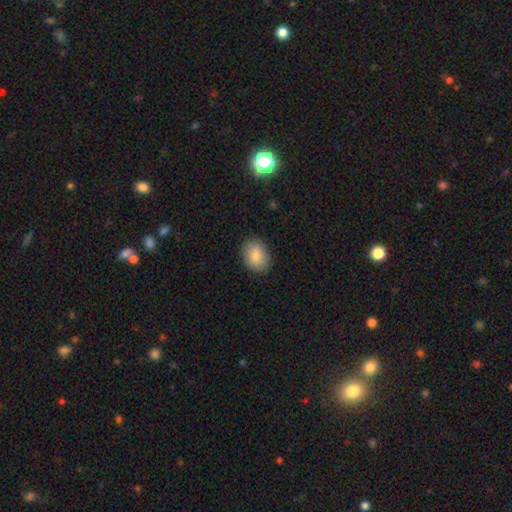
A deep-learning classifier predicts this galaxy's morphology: Smooth or featured? Predicted: smooth (p=0.87). How rounded? Predicted: in between (p=0.70). Merging? Predicted: none (p=0.88).